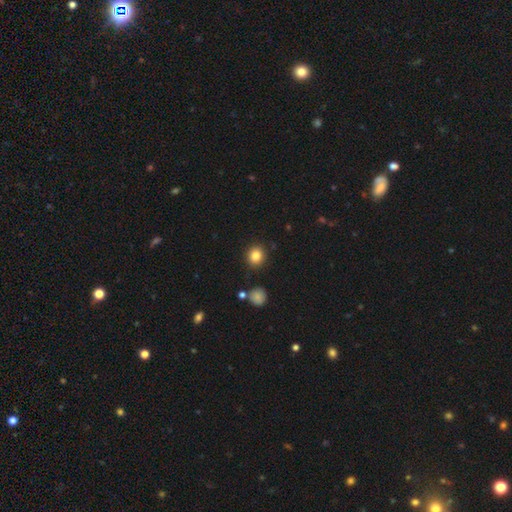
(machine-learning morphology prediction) This is clearly a smooth galaxy (85%). How rounded: clearly round (84%). Merging: clearly none (89%).